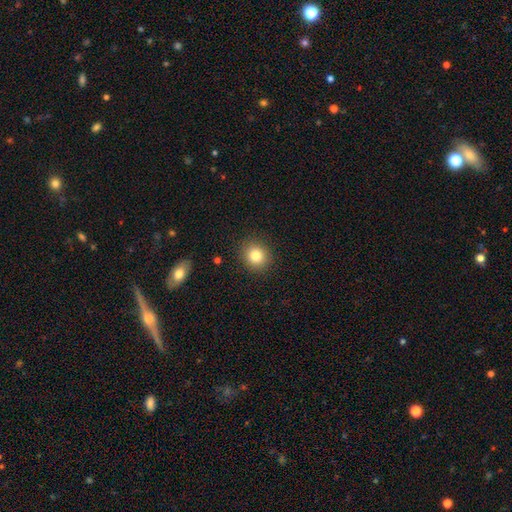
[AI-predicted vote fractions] smooth 82%, star or artifact 11%, featured or disk 7%. Down the decision tree: how rounded — round (85%); merging — none (90%).